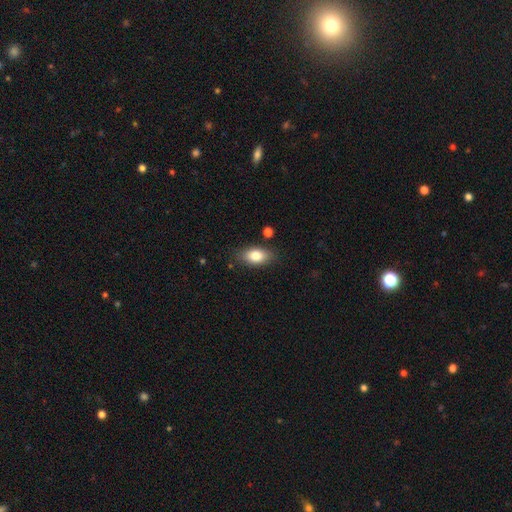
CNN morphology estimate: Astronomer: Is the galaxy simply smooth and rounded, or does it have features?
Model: smooth — 81%.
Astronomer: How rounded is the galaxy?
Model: in between — 88%.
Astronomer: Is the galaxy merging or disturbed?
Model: none — 83%.